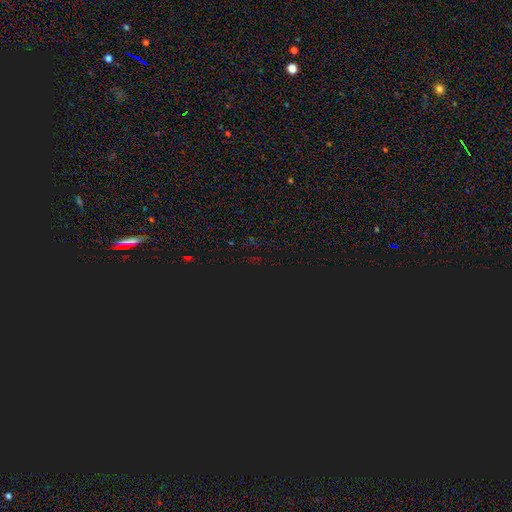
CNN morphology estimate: Smooth or featured: star or artifact — 78% (smooth — 15%)